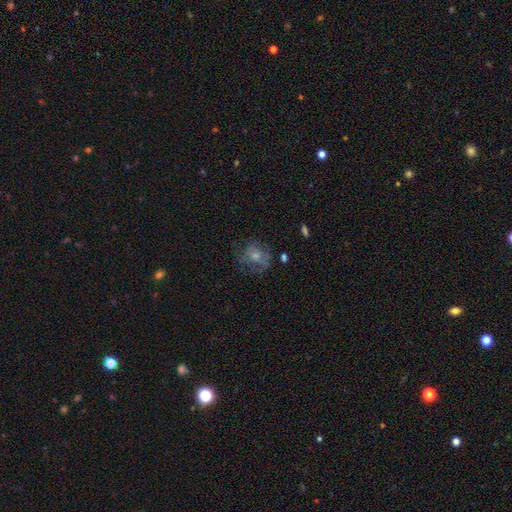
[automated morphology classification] This appears to be a smooth galaxy with no disk features (49%). Merging: none (50%).